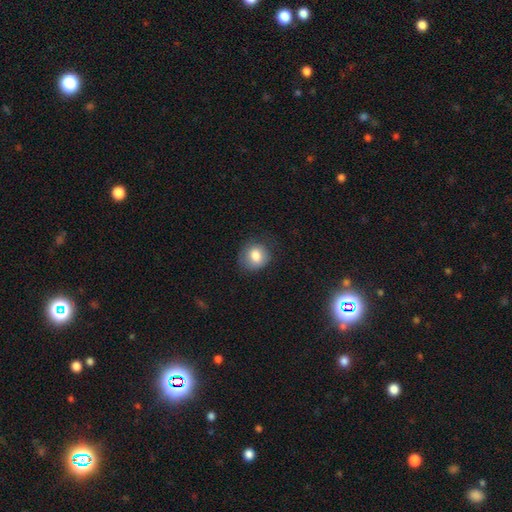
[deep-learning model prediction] Morphology: type=smooth (81%); roundness=round (74%); merging=none (74%).